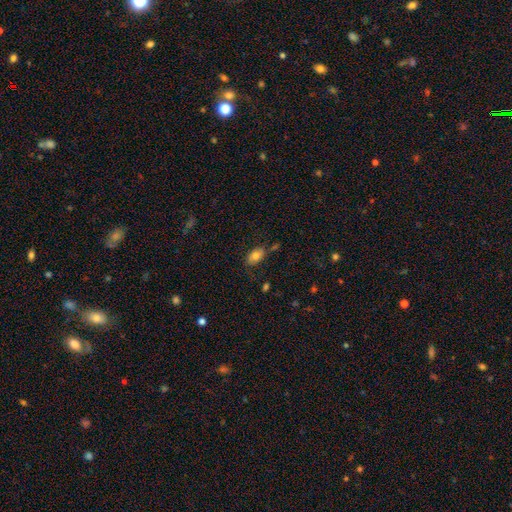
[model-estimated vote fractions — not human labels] A smooth galaxy with no disk features (76%) that is in between round and cigar-shaped (89%). Merging: none (69%).